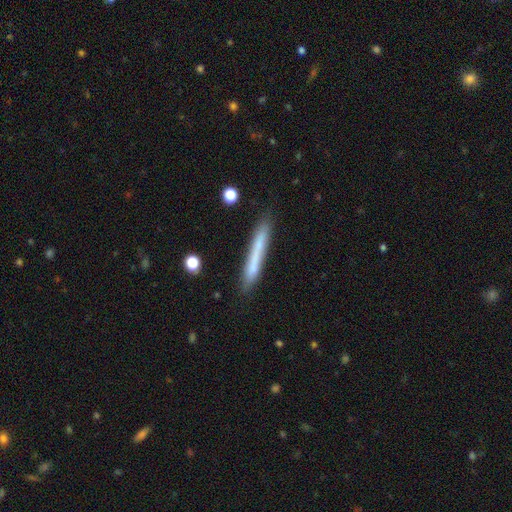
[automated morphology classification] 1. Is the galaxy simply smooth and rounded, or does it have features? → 63% smooth, 29% featured or disk, 8% star or artifact.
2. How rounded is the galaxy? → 96% cigar-shaped, 3% in between, 1% round.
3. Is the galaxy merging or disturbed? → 83% none, 12% minor disturbance, 3% merger, 2% major disturbance.